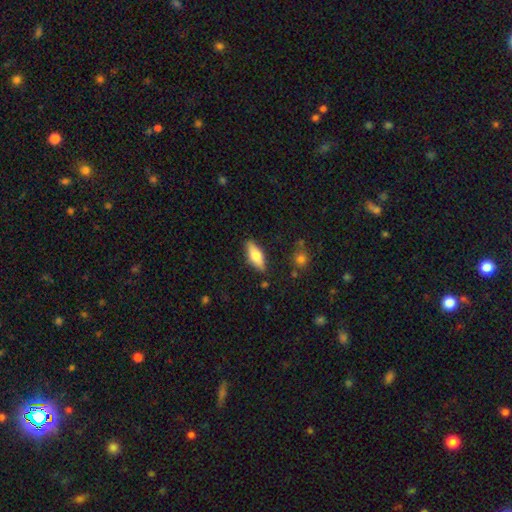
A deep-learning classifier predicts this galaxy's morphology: smooth 66%, featured or disk 28%, star or artifact 6%. Down the decision tree: how rounded — in between (66%); merging — none (85%).